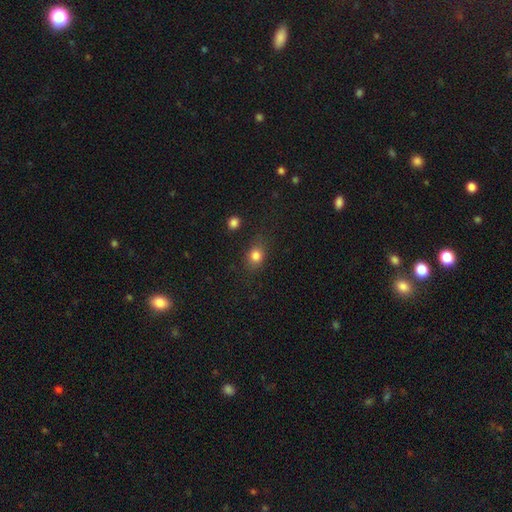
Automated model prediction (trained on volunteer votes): A smooth galaxy with no disk features (82%) that is round (57%).

Vote fractions:
- Smooth or featured? smooth: 82% / star or artifact: 12% / featured or disk: 7%
- How rounded? round: 57% / in between: 41% / cigar-shaped: 2%
- Merging? none: 74% / minor disturbance: 17% / major disturbance: 6% / merger: 3%